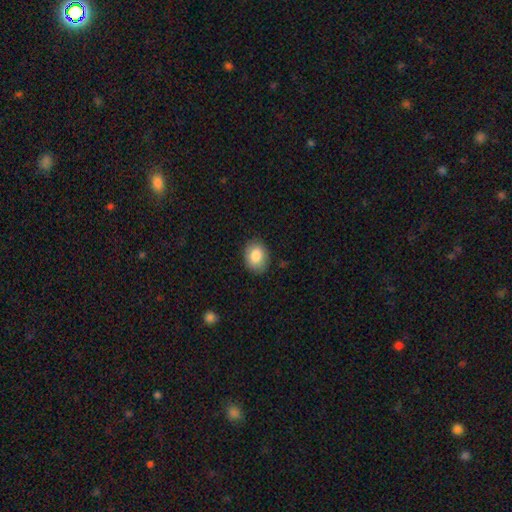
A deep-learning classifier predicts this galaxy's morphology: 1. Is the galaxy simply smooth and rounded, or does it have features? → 85% smooth, 8% featured or disk, 7% star or artifact.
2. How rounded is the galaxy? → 66% in between, 33% round, 1% cigar-shaped.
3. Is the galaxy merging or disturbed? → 86% none, 11% minor disturbance, 2% major disturbance, 1% merger.